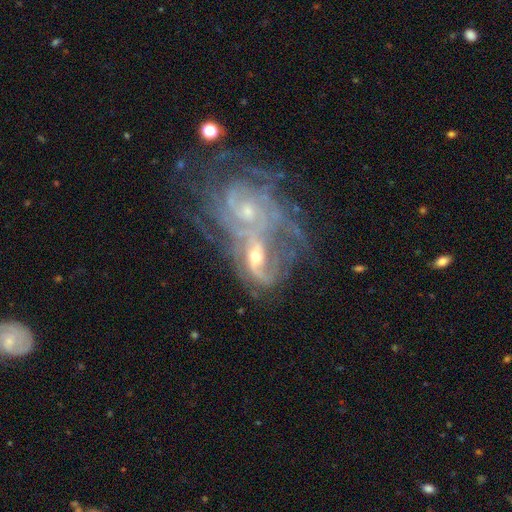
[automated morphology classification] smooth_or_featured: featured or disk (p=0.85) [alt: star or artifact p=0.07]
disk_edge_on: no (p=0.97) [alt: yes p=0.03]
bar: no (p=0.51) [alt: weak p=0.32]
has_spiral_arms: yes (p=0.93) [alt: no p=0.07]
spiral_winding: tight (p=0.44) [alt: medium p=0.39]
spiral_arm_count: 2 (p=0.41) [alt: can't tell p=0.30]
bulge_size: small (p=0.47) [alt: moderate p=0.45]
merging: merger (p=0.76) [alt: none p=0.10]